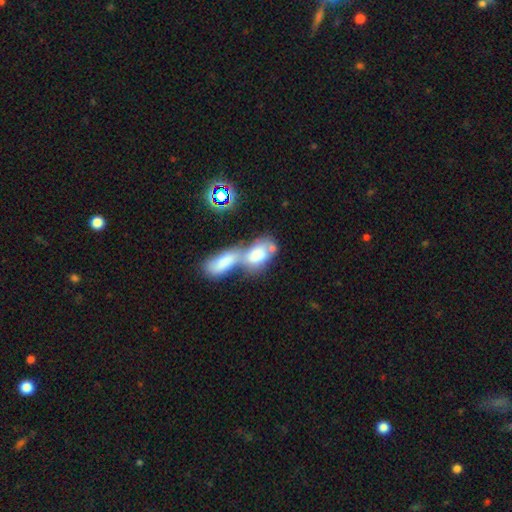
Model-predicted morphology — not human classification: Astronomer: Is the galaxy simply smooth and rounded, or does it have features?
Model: smooth — 60%.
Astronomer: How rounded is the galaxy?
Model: in between — 82%.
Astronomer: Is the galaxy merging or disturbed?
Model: merger — 76%.